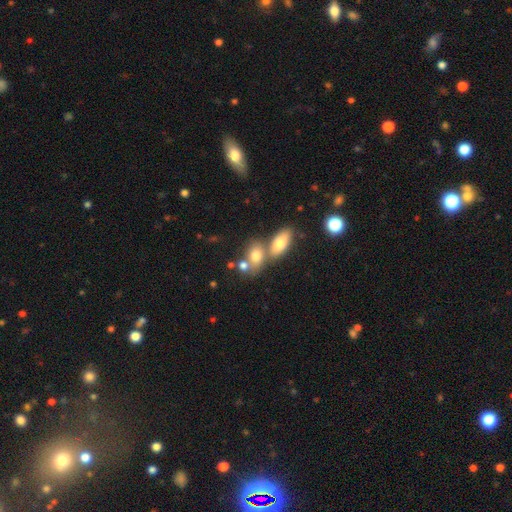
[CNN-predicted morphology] A smooth galaxy with no disk features (74%) that is in between round and cigar-shaped (74%).

Vote fractions:
- Smooth or featured? smooth: 74% / featured or disk: 16% / star or artifact: 10%
- How rounded? in between: 74% / round: 22% / cigar-shaped: 4%
- Merging? merger: 50% / none: 35% / minor disturbance: 10% / major disturbance: 4%